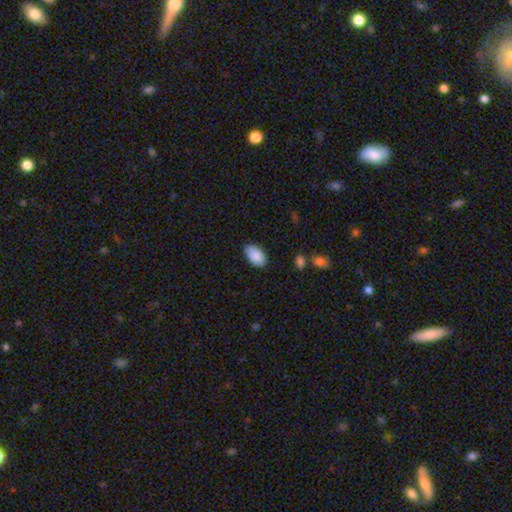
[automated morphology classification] type=smooth (89%); roundness=in between (94%); merging=none (79%).